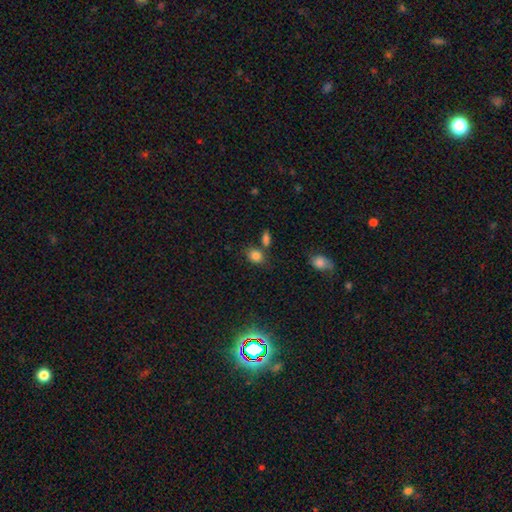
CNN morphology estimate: Smooth or featured? Predicted: smooth (p=0.83). How rounded? Predicted: in between (p=0.65). Merging? Predicted: none (p=0.64).